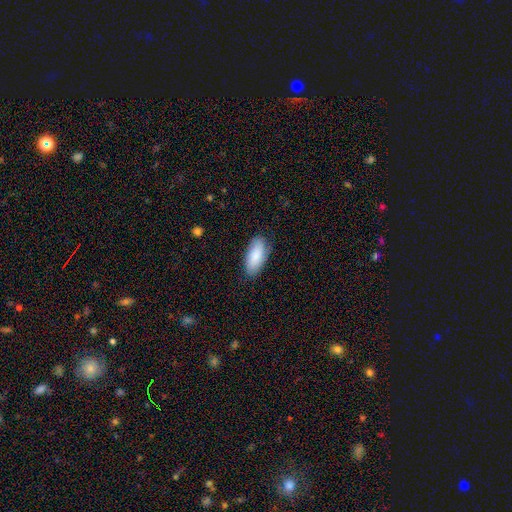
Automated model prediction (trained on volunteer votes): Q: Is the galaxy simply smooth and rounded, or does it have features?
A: smooth — 85%.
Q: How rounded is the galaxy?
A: in between — 88%.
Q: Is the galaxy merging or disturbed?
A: none — 83%.